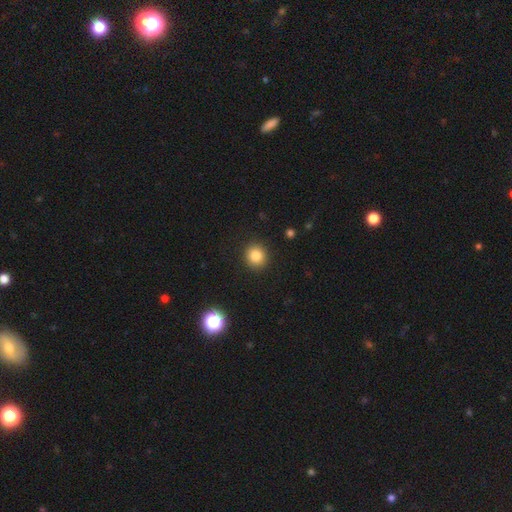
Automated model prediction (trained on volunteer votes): This is clearly a smooth galaxy (82%). How rounded: clearly round (88%). Merging: clearly none (91%).